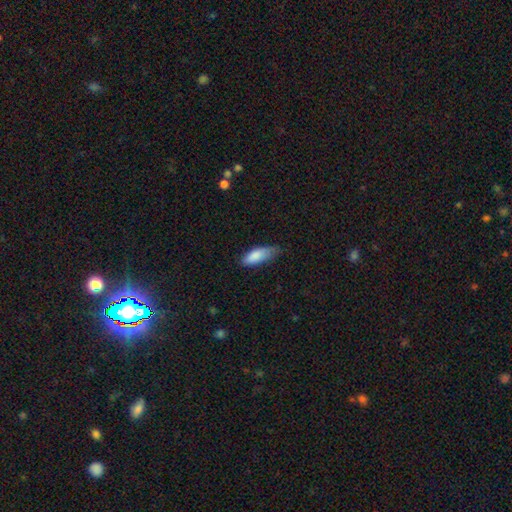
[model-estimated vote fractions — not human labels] A smooth galaxy with no disk features (86%) that is in between round and cigar-shaped (71%).

Vote fractions:
- Smooth or featured? smooth: 86% / featured or disk: 8% / star or artifact: 6%
- How rounded? in between: 71% / cigar-shaped: 28% / round: 2%
- Merging? none: 55% / minor disturbance: 37% / major disturbance: 6% / merger: 2%